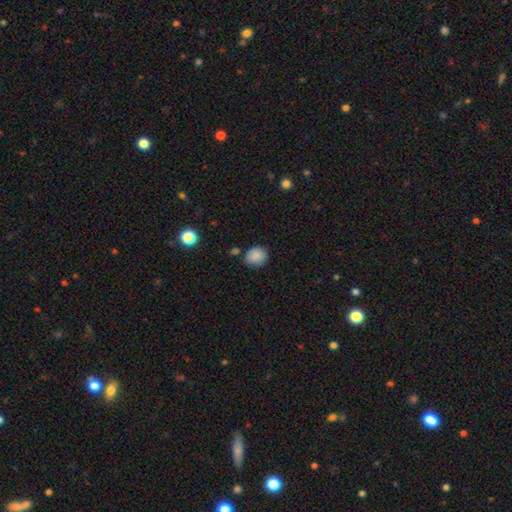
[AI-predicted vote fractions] This is clearly a smooth galaxy (86%). How rounded: likely round (72%). Merging: likely none (75%).